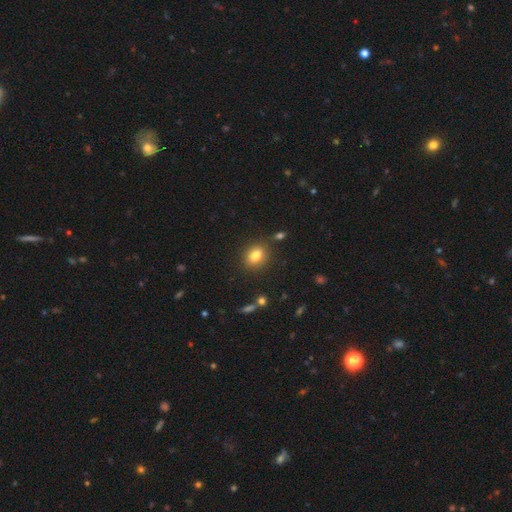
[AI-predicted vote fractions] This is clearly a smooth galaxy (82%). How rounded: possibly in between (55%). Merging: clearly none (83%).